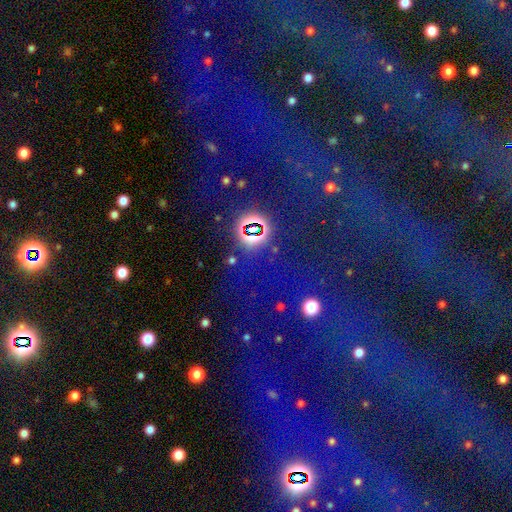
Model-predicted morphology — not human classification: Smooth or featured? star or artifact (81%)